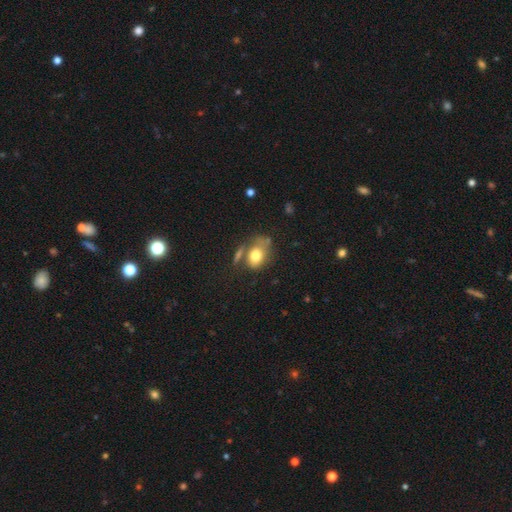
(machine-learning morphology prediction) type=smooth (74%); roundness=in between (66%); merging=none (44%).